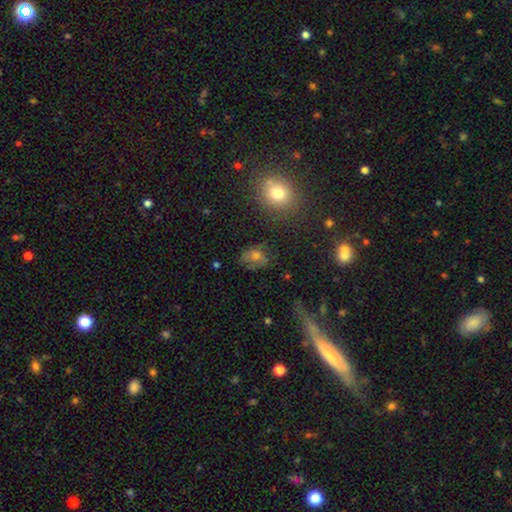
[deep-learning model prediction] A smooth galaxy with no disk features (54%) that is in between round and cigar-shaped (55%). Merging: none (64%).